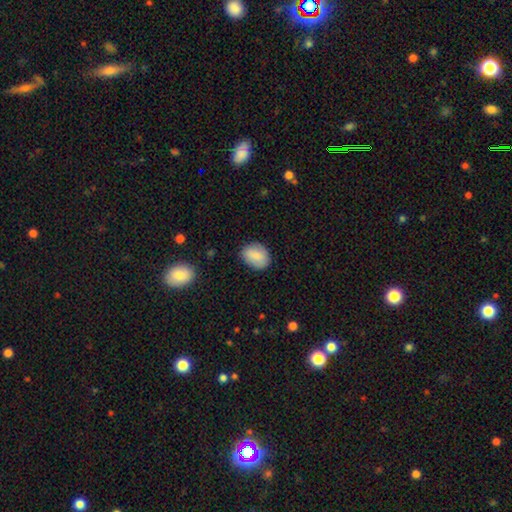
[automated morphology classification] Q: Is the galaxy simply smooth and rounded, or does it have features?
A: smooth — 81%.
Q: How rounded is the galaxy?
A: in between — 66%.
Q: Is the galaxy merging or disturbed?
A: none — 81%.